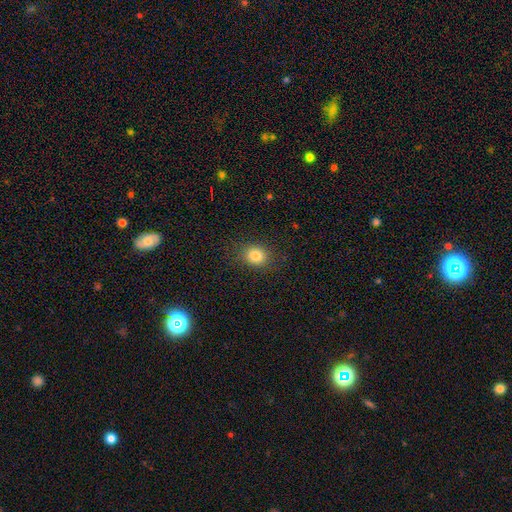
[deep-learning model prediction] smooth-or-featured: smooth: 84% | star or artifact: 11% | featured or disk: 5%
  how-rounded: round: 64% | in between: 35% | cigar-shaped: 1%
  merging: none: 86% | minor disturbance: 9% | major disturbance: 3% | merger: 1%